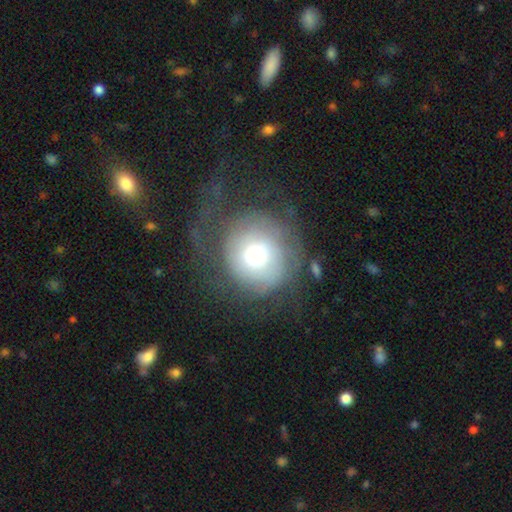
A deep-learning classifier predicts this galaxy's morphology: Smooth or featured? featured or disk (47%)
Merging? none (46%)